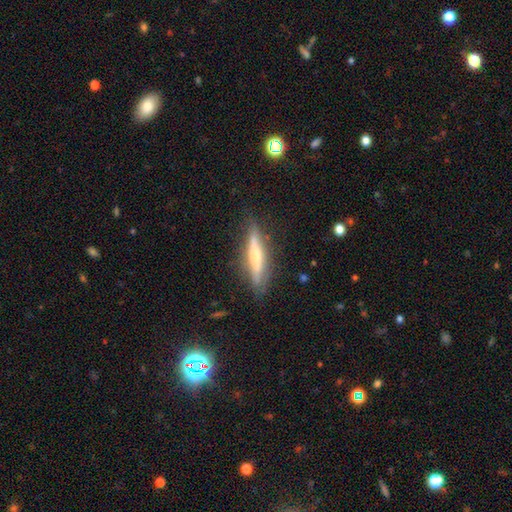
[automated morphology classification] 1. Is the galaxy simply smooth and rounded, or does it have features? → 58% featured or disk, 35% smooth, 7% star or artifact.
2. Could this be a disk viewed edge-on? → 91% yes, 9% no.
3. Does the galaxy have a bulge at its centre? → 63% rounded, 27% none, 10% boxy.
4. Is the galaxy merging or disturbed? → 81% none, 14% minor disturbance, 3% major disturbance, 2% merger.